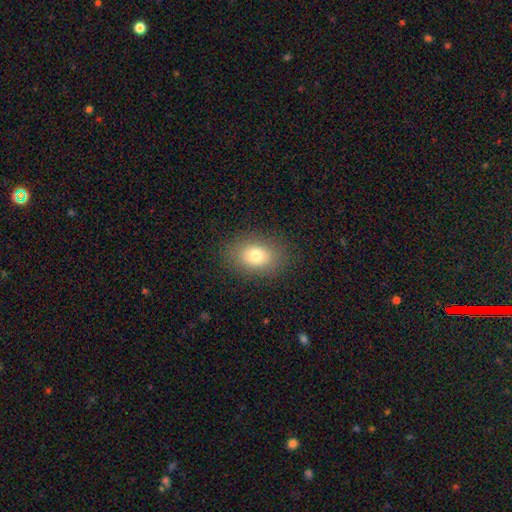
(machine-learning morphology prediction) smooth-or-featured: smooth: 78% | featured or disk: 11% | star or artifact: 11%
  how-rounded: in between: 73% | round: 25% | cigar-shaped: 1%
  merging: none: 86% | minor disturbance: 9% | major disturbance: 3% | merger: 1%